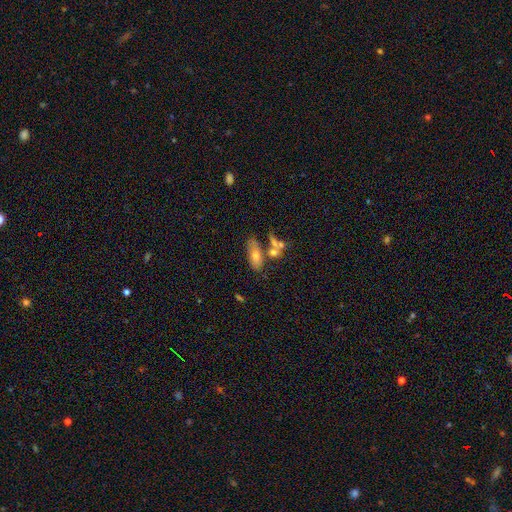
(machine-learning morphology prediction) This appears to be a smooth galaxy with no disk features (62%) that is in between round and cigar-shaped (76%). Merging: none (53%).